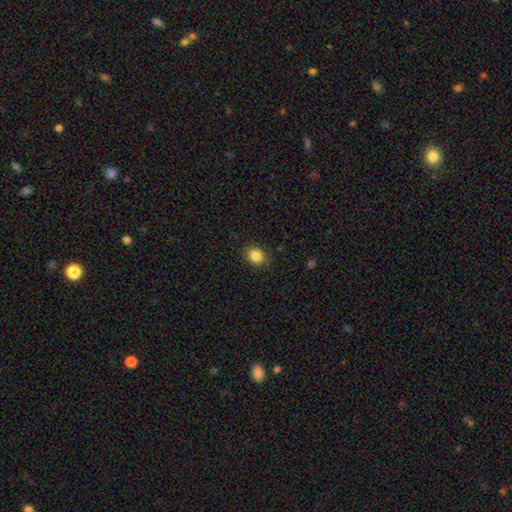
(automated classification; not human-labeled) Smooth or featured? smooth (85%)
How rounded? round (56%)
Merging? none (85%)